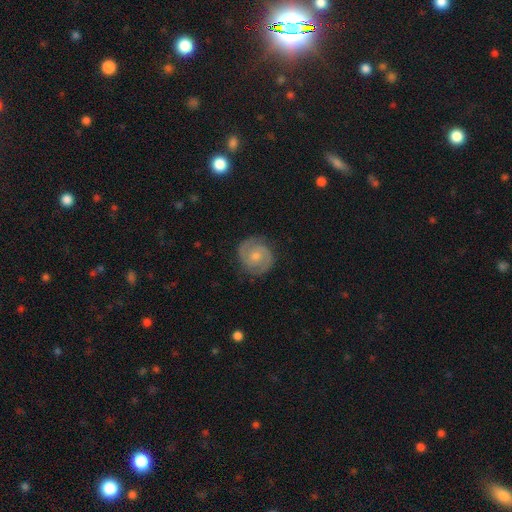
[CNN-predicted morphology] This is likely a featured or disk galaxy (79%). It is clearly not viewed edge-on (98%). Bar: possibly no (57%). Spiral arm pattern: clearly yes (95%). Spiral arm count: clearly 2 (89%). Spiral winding: possibly tight (51%). Central bulge: possibly moderate (53%). Merging: clearly none (83%).